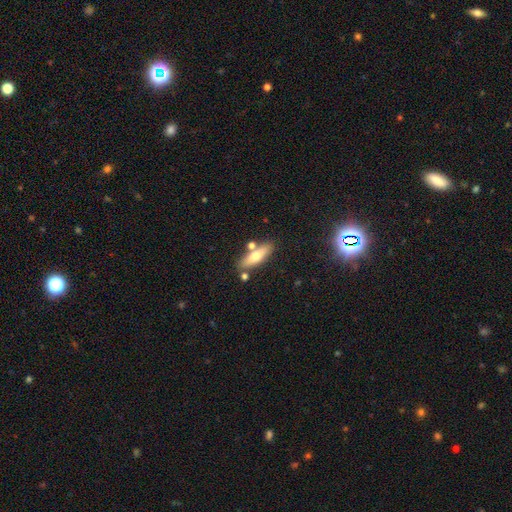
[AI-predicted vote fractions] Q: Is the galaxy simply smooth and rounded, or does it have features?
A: smooth — 61%.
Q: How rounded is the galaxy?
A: cigar-shaped — 55%.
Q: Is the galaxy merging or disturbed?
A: none — 74%.